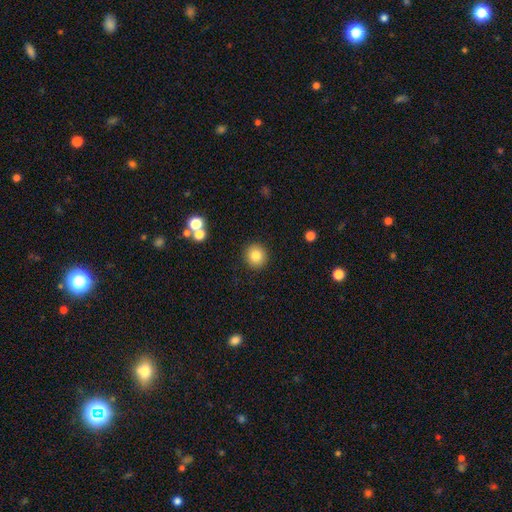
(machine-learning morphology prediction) Smooth or featured: smooth — 82% (star or artifact — 11%)
How rounded: round — 92% (in between — 7%)
Merging: none — 90% (minor disturbance — 6%)